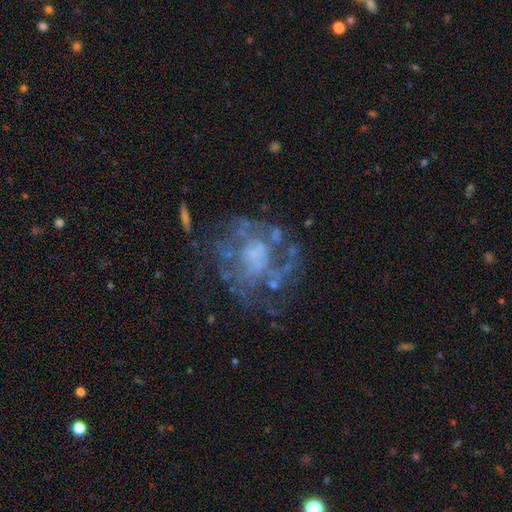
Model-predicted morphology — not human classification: A featured or disk galaxy (75%) with no bar (82%), no spiral arms (55%) and no central bulge (40%).

Vote fractions:
- Smooth or featured? featured or disk: 75% / smooth: 13% / star or artifact: 12%
- Edge-on disk? no: 98% / yes: 2%
- Bar? no: 82% / weak: 14% / strong: 3%
- Spiral arms? no: 55% / yes: 45%
- Bulge size? none: 40% / small: 27% / moderate: 25% / large: 7% / dominant: 2%
- Merging? none: 53% / major disturbance: 25% / minor disturbance: 17% / merger: 4%